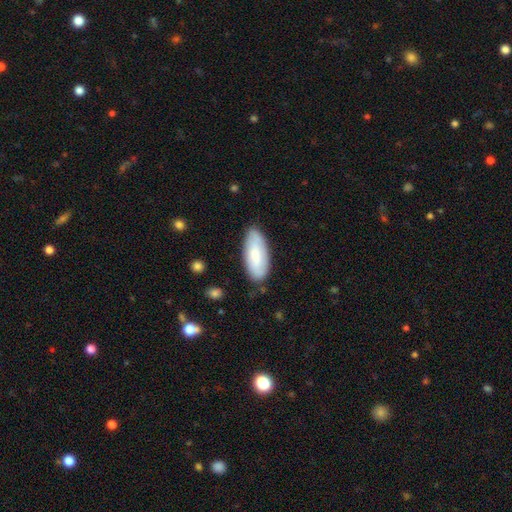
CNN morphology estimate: type=smooth (72%); roundness=in between (85%); merging=none (80%).